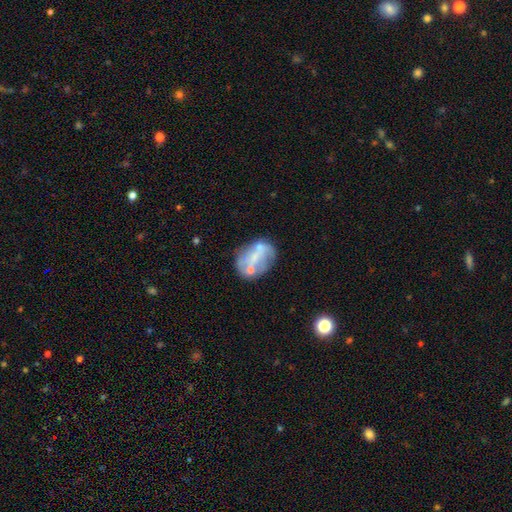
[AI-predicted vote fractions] This is possibly a featured or disk galaxy (52%). It is clearly not viewed edge-on (97%). Bar: likely no (64%). Spiral arm pattern: likely no (80%). Central bulge: marginally none (36%). Merging: marginally none (42%).